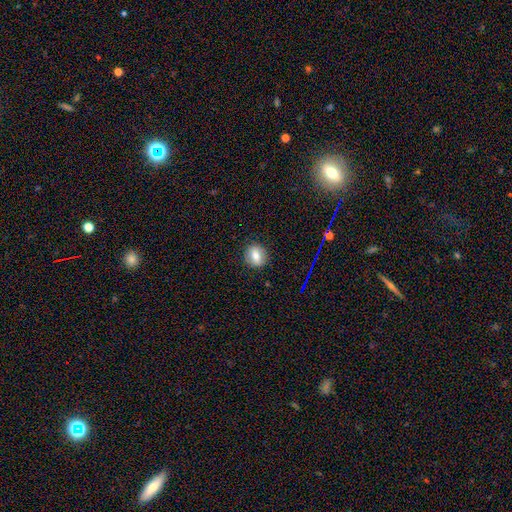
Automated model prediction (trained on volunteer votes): A smooth galaxy with no disk features (70%) that is round (71%).

Vote fractions:
- Smooth or featured? smooth: 70% / featured or disk: 19% / star or artifact: 11%
- How rounded? round: 71% / in between: 28% / cigar-shaped: 1%
- Merging? none: 87% / minor disturbance: 9% / major disturbance: 3% / merger: 1%